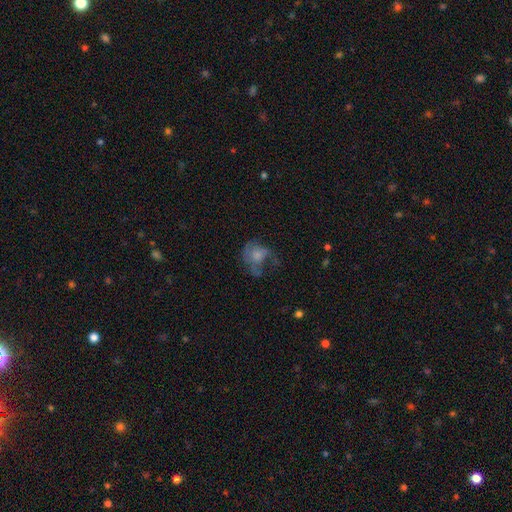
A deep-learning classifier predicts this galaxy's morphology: Overall: featured or disk (42%, tied with smooth). Merging: none (40%; major disturbance 35%).